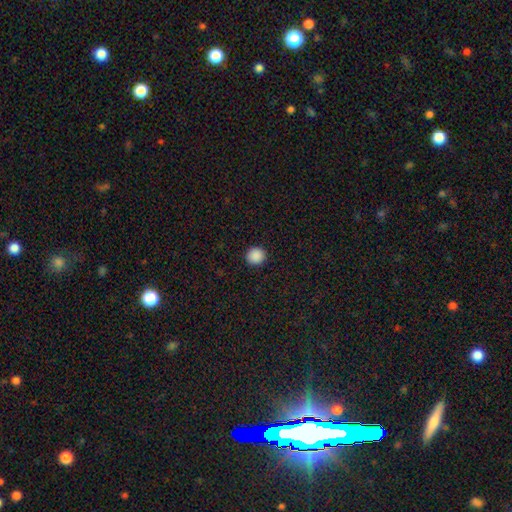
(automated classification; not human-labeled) smooth-or-featured: smooth: 89% | star or artifact: 9% | featured or disk: 2%
  how-rounded: round: 93% | in between: 6% | cigar-shaped: 1%
  merging: none: 93% | minor disturbance: 4% | major disturbance: 2% | merger: 1%